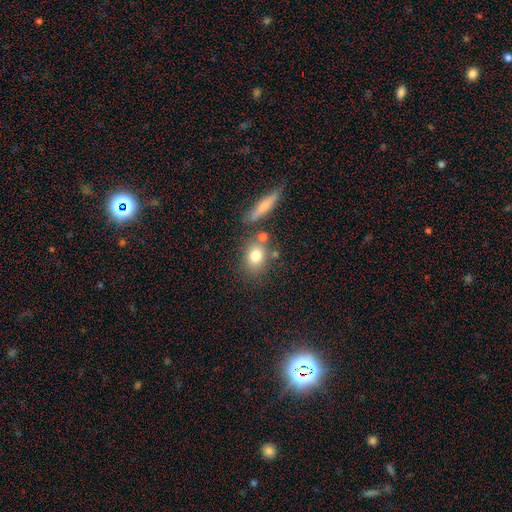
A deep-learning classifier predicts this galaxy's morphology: A smooth galaxy with no disk features (76%) that is round (52%).

Vote fractions:
- Smooth or featured? smooth: 76% / featured or disk: 13% / star or artifact: 10%
- How rounded? round: 52% / in between: 45% / cigar-shaped: 4%
- Merging? none: 66% / merger: 17% / minor disturbance: 13% / major disturbance: 5%